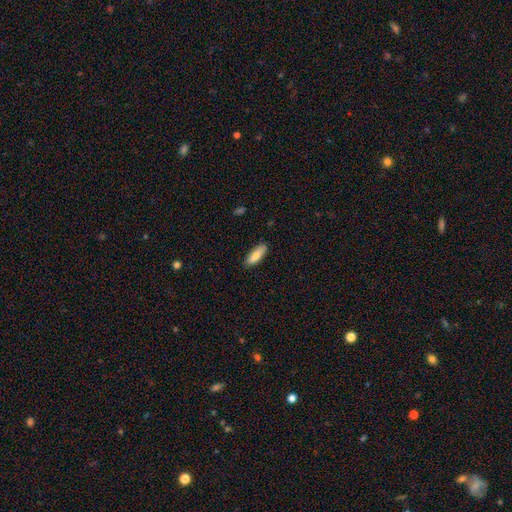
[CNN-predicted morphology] This appears to be a smooth galaxy with no disk features (79%) that is in between round and cigar-shaped (60%). Merging: none (87%).